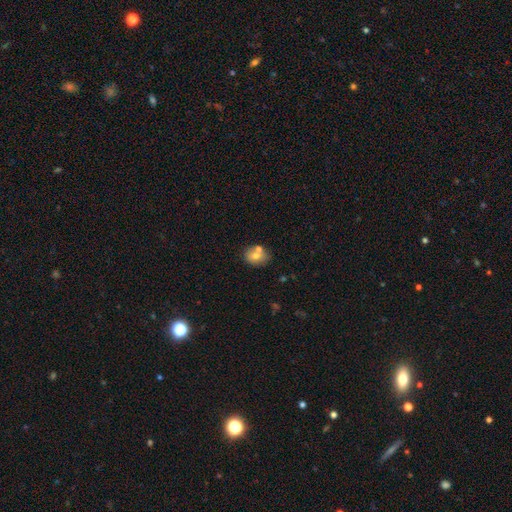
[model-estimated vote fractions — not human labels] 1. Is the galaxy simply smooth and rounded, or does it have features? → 69% smooth, 21% featured or disk, 10% star or artifact.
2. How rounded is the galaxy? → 52% in between, 47% round, 1% cigar-shaped.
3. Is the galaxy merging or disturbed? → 57% none, 27% merger, 12% minor disturbance, 3% major disturbance.